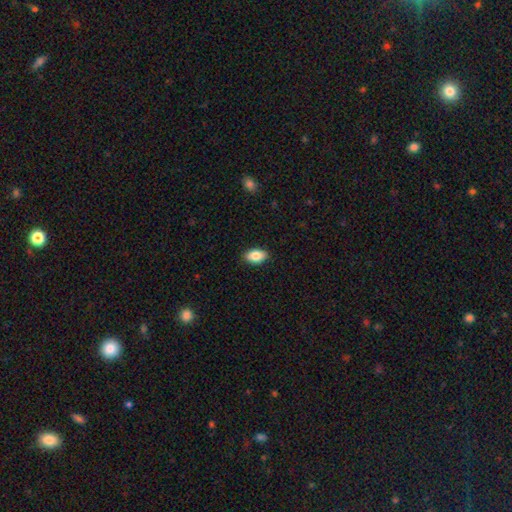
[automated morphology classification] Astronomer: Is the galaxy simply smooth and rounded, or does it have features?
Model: smooth — 85%.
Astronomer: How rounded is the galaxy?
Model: in between — 92%.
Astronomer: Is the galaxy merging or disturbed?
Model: none — 89%.